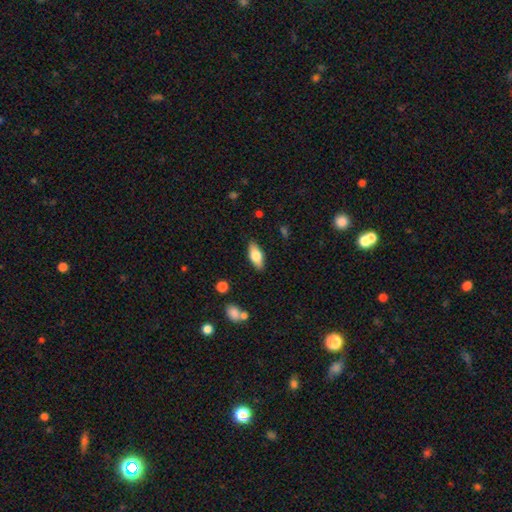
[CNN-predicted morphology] Smooth or featured? smooth (71%)
How rounded? in between (81%)
Merging? none (86%)